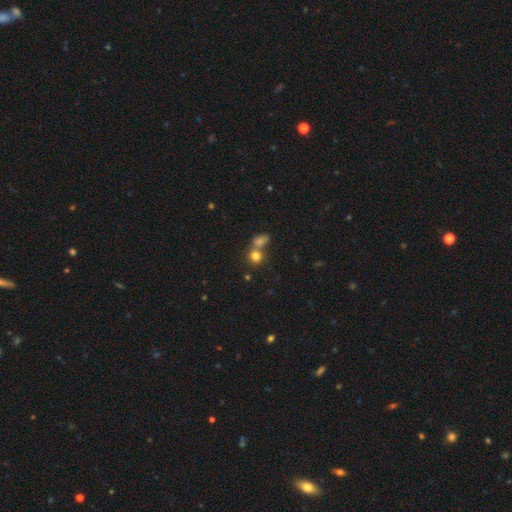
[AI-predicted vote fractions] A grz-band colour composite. It shows a smooth galaxy with no disk features (78%) that is round (81%). Merging: none (45%).